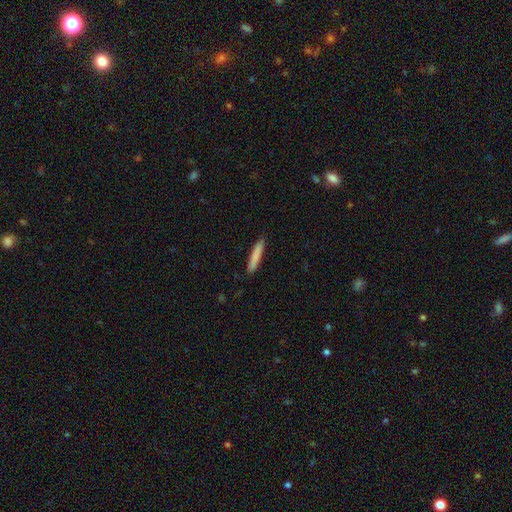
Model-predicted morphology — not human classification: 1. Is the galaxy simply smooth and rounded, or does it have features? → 83% smooth, 11% featured or disk, 6% star or artifact.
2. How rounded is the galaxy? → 93% cigar-shaped, 6% in between, 1% round.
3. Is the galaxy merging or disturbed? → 89% none, 8% minor disturbance, 2% major disturbance, 1% merger.